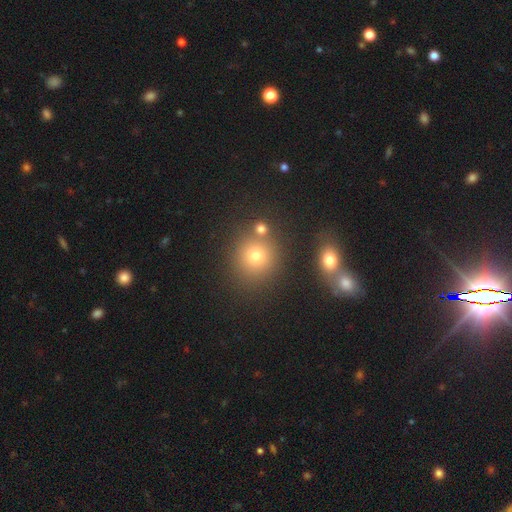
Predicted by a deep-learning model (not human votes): Smooth or featured: smooth — 74% (star or artifact — 17%)
How rounded: round — 85% (in between — 14%)
Merging: none — 71% (merger — 16%)